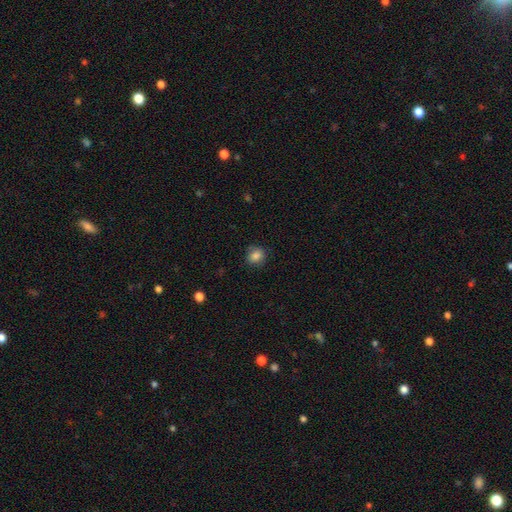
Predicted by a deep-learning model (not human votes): The model was most divided on "how rounded": round: 67%, in between: 32%, cigar-shaped: 1%. More confident: smooth or featured — smooth (84%); merging — none (82%).